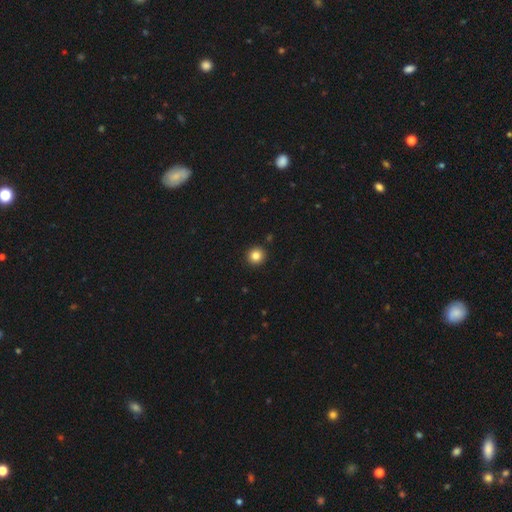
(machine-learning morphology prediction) Smooth or featured? smooth (83%)
How rounded? round (94%)
Merging? none (93%)